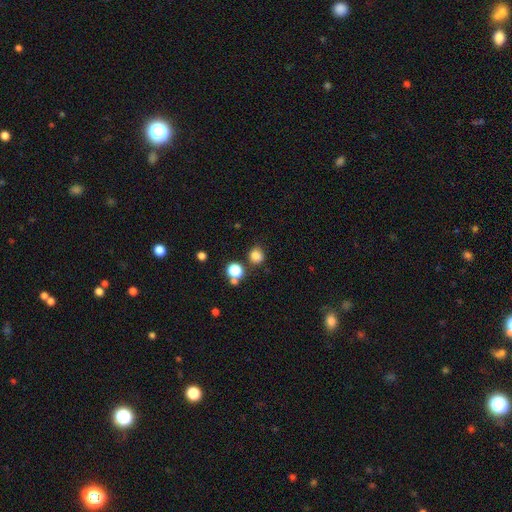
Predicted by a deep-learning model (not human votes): Smooth or featured: smooth — 81% (star or artifact — 15%)
How rounded: round — 81% (in between — 18%)
Merging: none — 77% (minor disturbance — 11%)